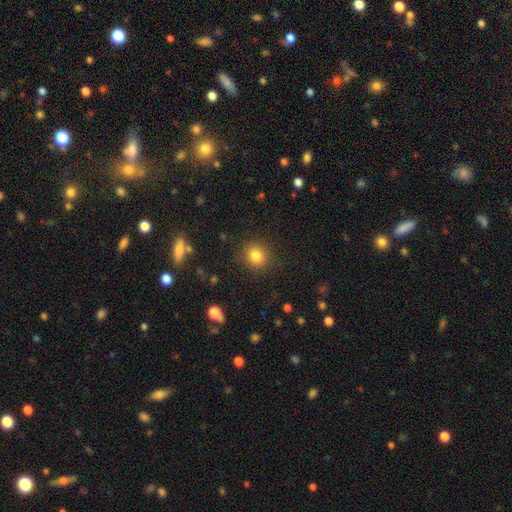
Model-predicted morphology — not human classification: A smooth galaxy with no disk features (82%) that is round (86%). Merging: none (89%).